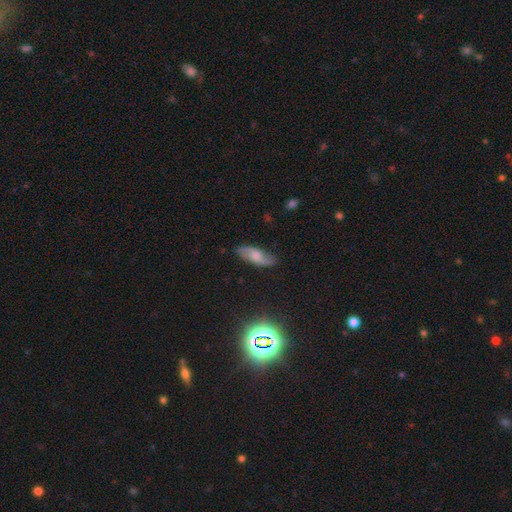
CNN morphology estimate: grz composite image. It shows a featured or disk galaxy (52%). Merging: none (78%).